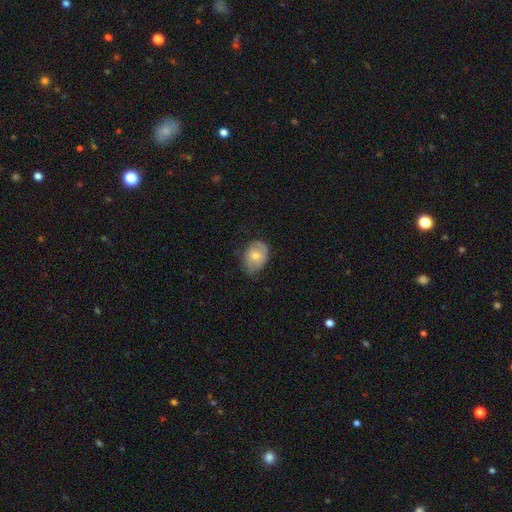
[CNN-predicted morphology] smooth_or_featured: smooth (p=0.61) [alt: featured or disk p=0.32]
how_rounded: in between (p=0.68) [alt: round p=0.31]
merging: none (p=0.52) [alt: minor disturbance p=0.37]